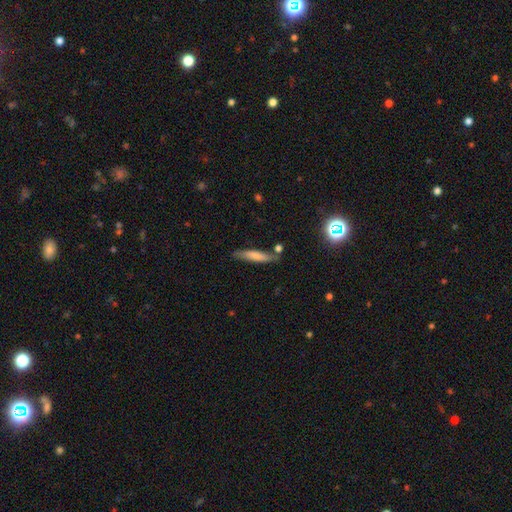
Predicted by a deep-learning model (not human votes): A smooth galaxy with no disk features (69%) that is cigar-shaped (86%). Merging: none (75%).